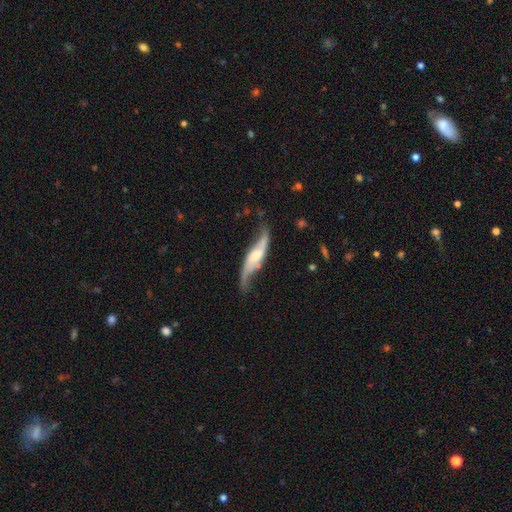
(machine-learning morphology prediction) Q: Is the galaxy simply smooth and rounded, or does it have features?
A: featured or disk — 78%.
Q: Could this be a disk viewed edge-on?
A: no — 74%.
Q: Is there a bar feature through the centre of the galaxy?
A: no — 49%.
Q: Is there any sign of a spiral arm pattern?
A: yes — 93%.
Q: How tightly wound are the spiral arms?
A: loose — 87%.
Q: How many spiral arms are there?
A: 2 — 91%.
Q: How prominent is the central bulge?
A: moderate — 33%.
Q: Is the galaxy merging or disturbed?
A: none — 56%.